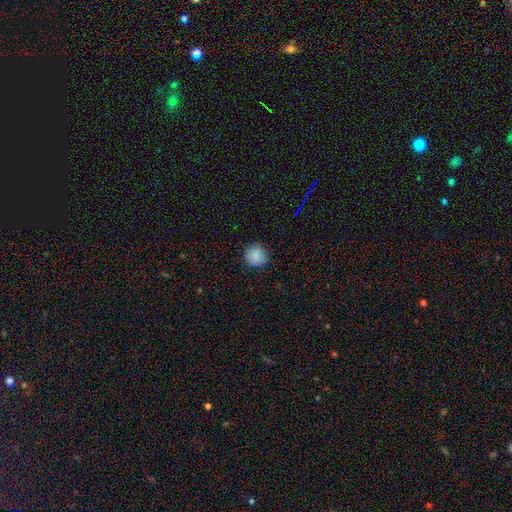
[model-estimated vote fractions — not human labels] Smooth or featured: smooth — 87% (star or artifact — 10%)
How rounded: round — 93% (in between — 6%)
Merging: none — 88% (minor disturbance — 9%)